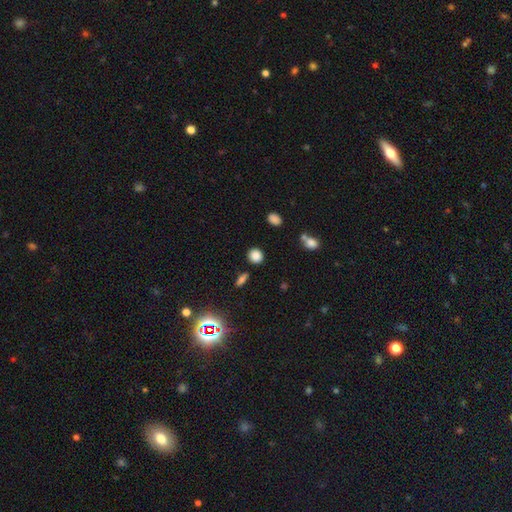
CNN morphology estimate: A smooth galaxy with no disk features (84%) that is round (79%).

Vote fractions:
- Smooth or featured? smooth: 84% / star or artifact: 12% / featured or disk: 4%
- How rounded? round: 79% / in between: 20% / cigar-shaped: 1%
- Merging? none: 84% / minor disturbance: 9% / merger: 4% / major disturbance: 3%